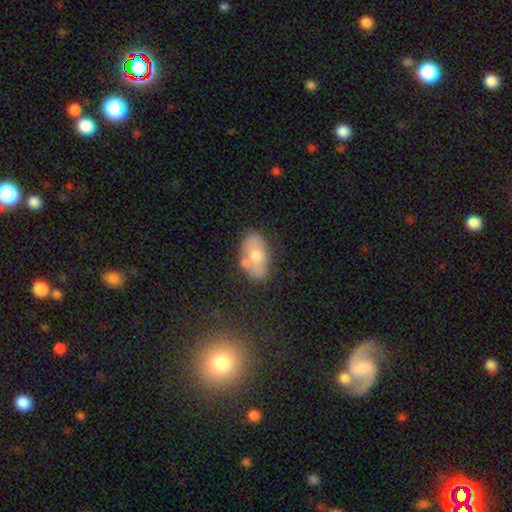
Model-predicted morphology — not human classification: Overall: featured or disk (45%; smooth 43%). Merging: none (70%).